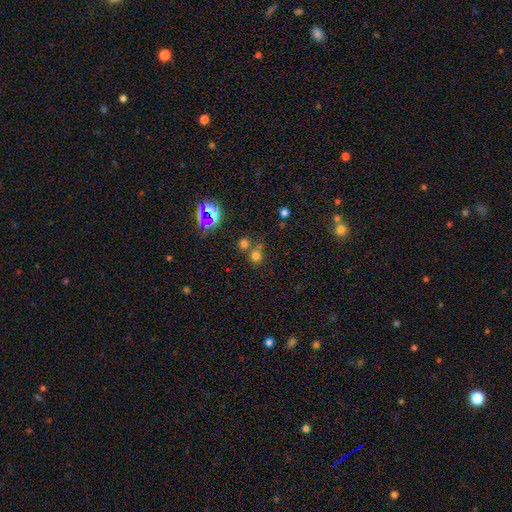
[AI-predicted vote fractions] smooth-or-featured: smooth: 63% | star or artifact: 28% | featured or disk: 9%
  how-rounded: round: 85% | in between: 14% | cigar-shaped: 1%
  merging: none: 55% | merger: 31% | minor disturbance: 9% | major disturbance: 5%